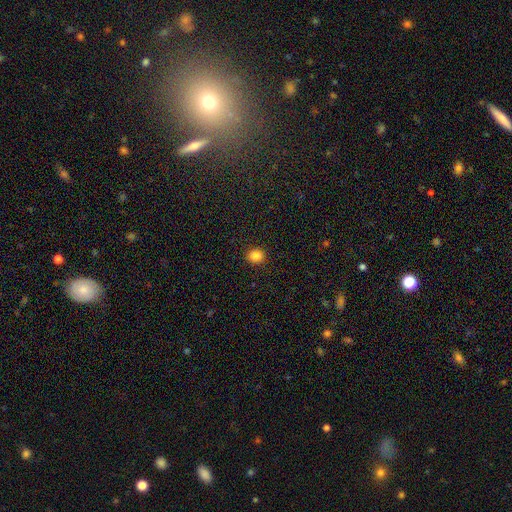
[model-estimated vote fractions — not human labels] This appears to be a smooth galaxy with no disk features (85%) that is round (73%). Merging: none (91%).